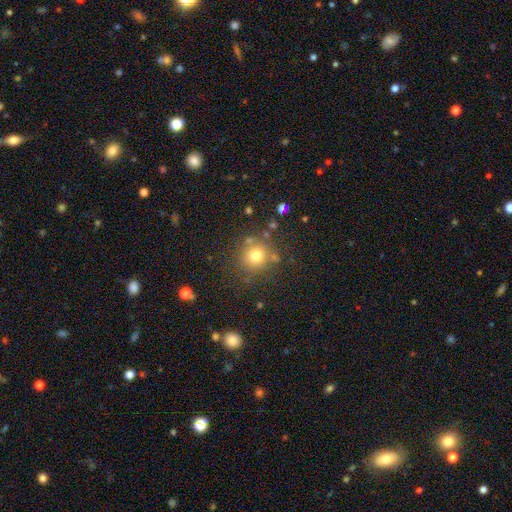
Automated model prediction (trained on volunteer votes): The model was most divided on "smooth or featured": smooth: 76%, star or artifact: 15%, featured or disk: 9%. More confident: how rounded — round (90%); merging — none (77%).